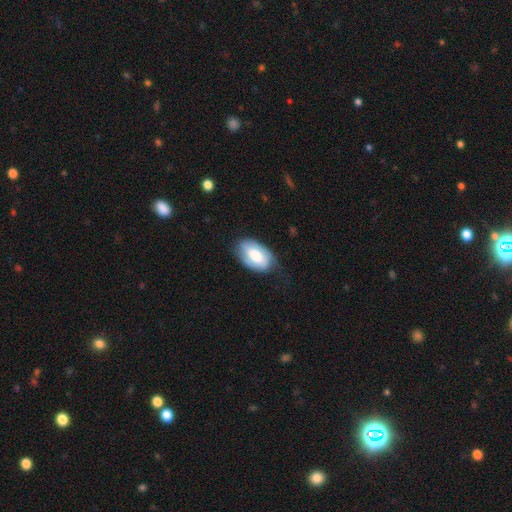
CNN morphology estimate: The model was most divided on "smooth or featured": smooth: 54%, featured or disk: 39%, star or artifact: 7%. More confident: how rounded — in between (93%); merging — none (56%).